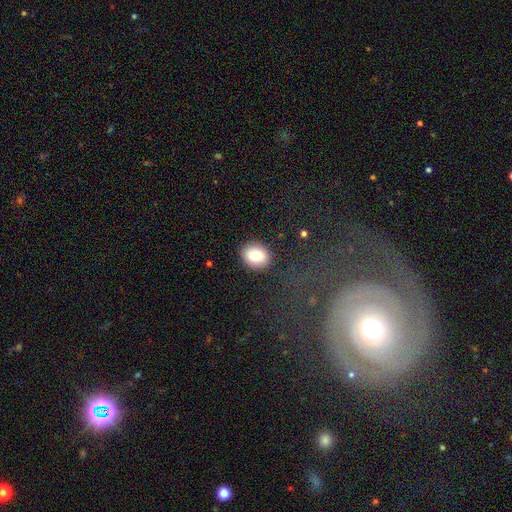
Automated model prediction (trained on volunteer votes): smooth-or-featured: smooth: 83% | featured or disk: 9% | star or artifact: 8%
  how-rounded: round: 50% | in between: 49% | cigar-shaped: 1%
  merging: none: 88% | minor disturbance: 8% | major disturbance: 3% | merger: 1%